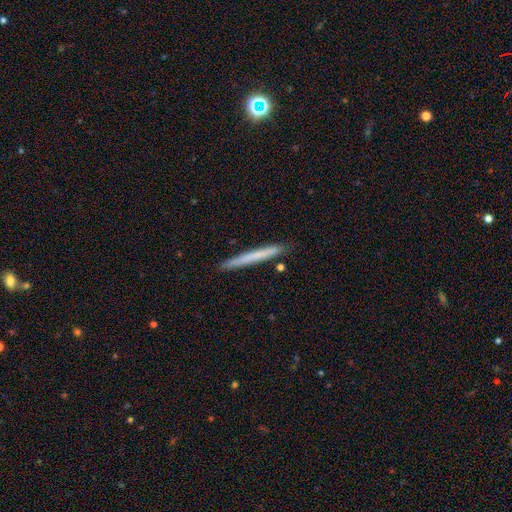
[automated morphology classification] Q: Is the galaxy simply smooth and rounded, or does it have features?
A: smooth — 64%.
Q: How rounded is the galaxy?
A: cigar-shaped — 97%.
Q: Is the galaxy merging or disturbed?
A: none — 89%.